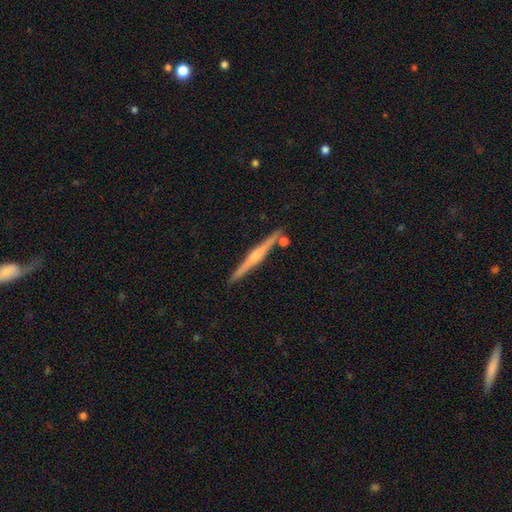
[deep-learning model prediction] Smooth or featured? featured or disk (74%)
Edge-on disk? yes (98%)
Edge-on bulge? rounded (74%)
Merging? none (87%)